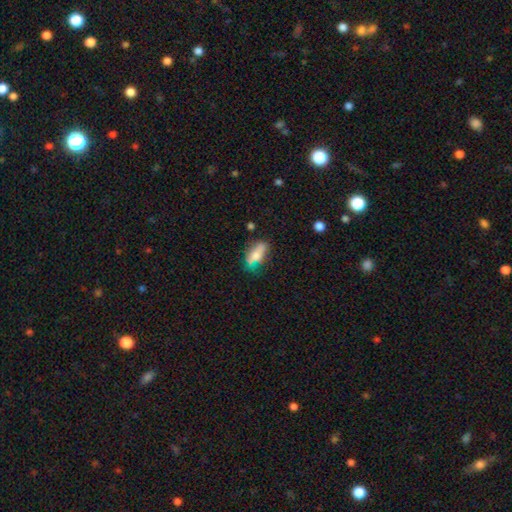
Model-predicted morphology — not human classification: This appears to be a smooth galaxy with no disk features (66%) that is in between round and cigar-shaped (78%). Merging: none (51%).